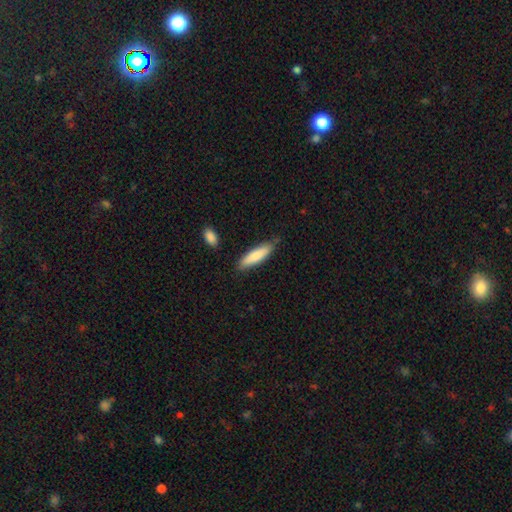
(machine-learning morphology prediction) smooth-or-featured: smooth: 80% | featured or disk: 15% | star or artifact: 5%
  how-rounded: cigar-shaped: 67% | in between: 32% | round: 1%
  merging: none: 80% | minor disturbance: 15% | merger: 3% | major disturbance: 3%